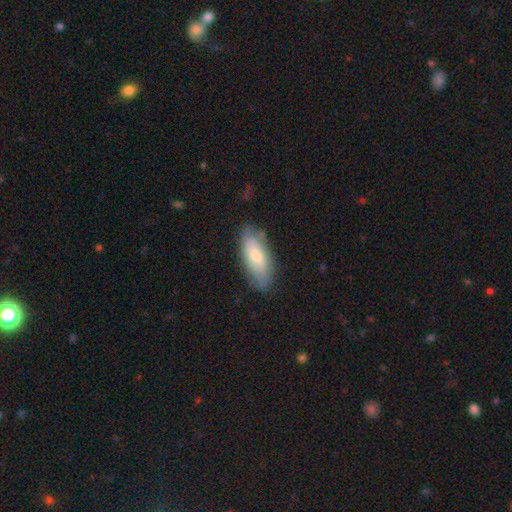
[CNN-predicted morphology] Smooth or featured: smooth — 60% (featured or disk — 34%)
How rounded: in between — 84% (cigar-shaped — 13%)
Merging: none — 72% (minor disturbance — 21%)